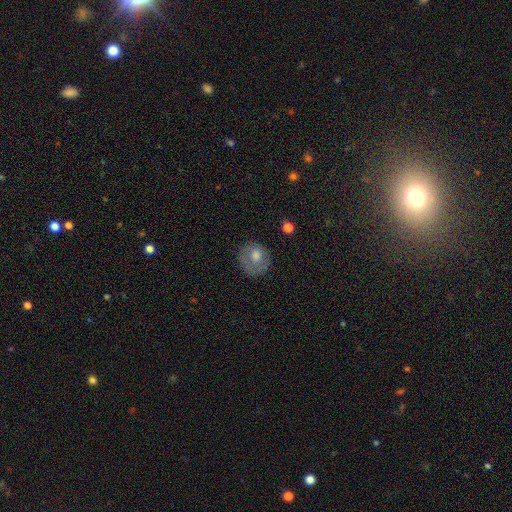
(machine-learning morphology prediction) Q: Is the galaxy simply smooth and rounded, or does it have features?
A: smooth — 62%.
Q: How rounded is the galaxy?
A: round — 87%.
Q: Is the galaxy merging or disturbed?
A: none — 72%.